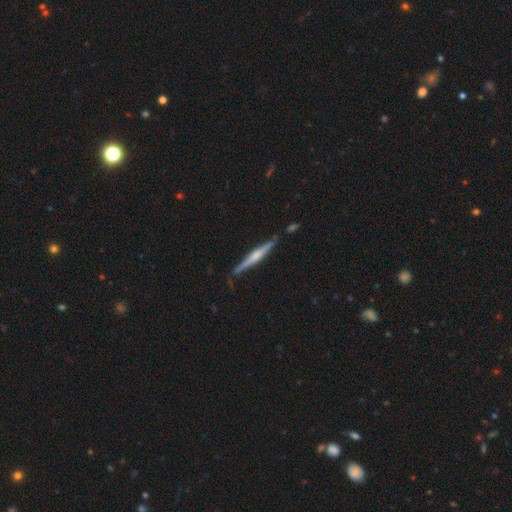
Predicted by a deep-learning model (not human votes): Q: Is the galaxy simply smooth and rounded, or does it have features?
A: featured or disk — 66%.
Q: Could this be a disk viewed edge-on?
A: yes — 98%.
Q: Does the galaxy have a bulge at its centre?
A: rounded — 62%.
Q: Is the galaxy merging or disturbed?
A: none — 81%.